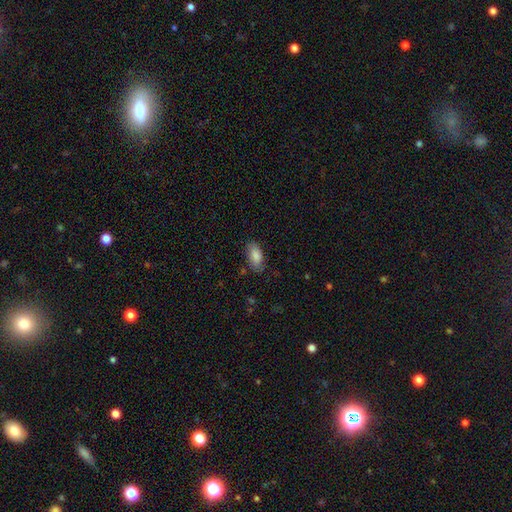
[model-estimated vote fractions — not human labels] This is clearly a smooth galaxy (84%). How rounded: clearly in between (92%). Merging: likely none (77%).